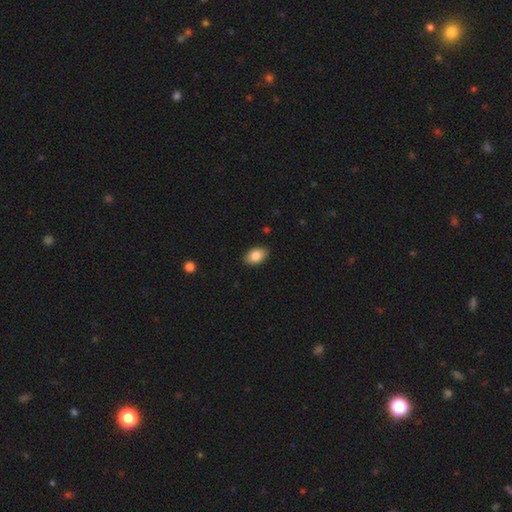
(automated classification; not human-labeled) Smooth or featured? smooth (85%)
How rounded? in between (90%)
Merging? none (88%)